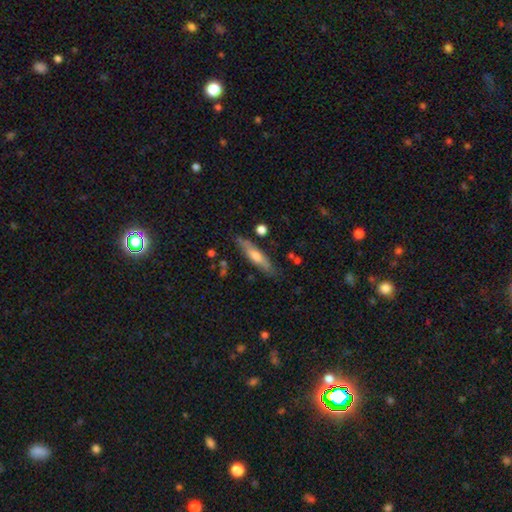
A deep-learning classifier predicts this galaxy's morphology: smooth 50%, featured or disk 43%, star or artifact 6%. Down the decision tree: how rounded — cigar-shaped (80%); merging — none (80%).